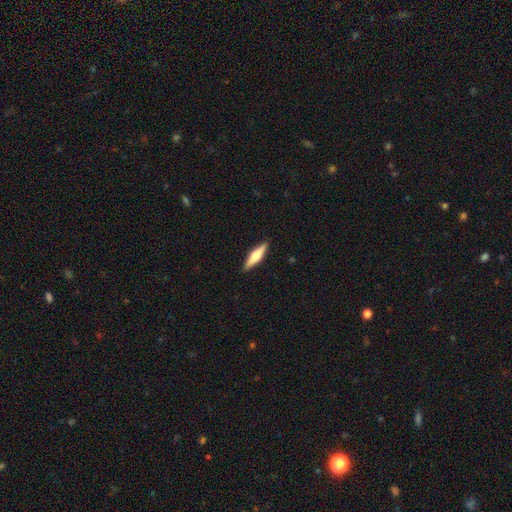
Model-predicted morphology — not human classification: The model was most divided on "smooth or featured": featured or disk: 49%, smooth: 46%, star or artifact: 5%. More confident: merging — none (91%).